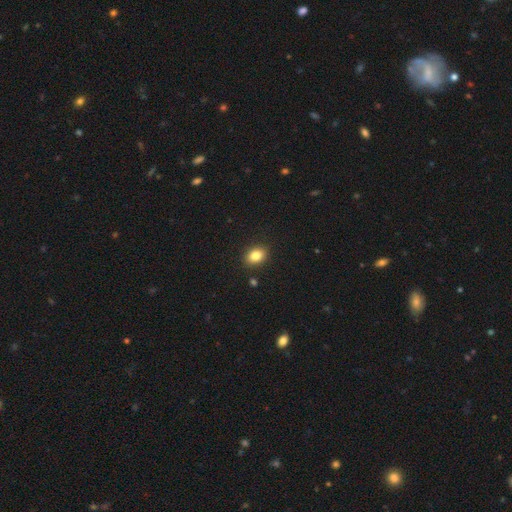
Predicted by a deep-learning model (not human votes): This appears to be a smooth galaxy with no disk features (83%) that is in between round and cigar-shaped (67%). Merging: none (88%).